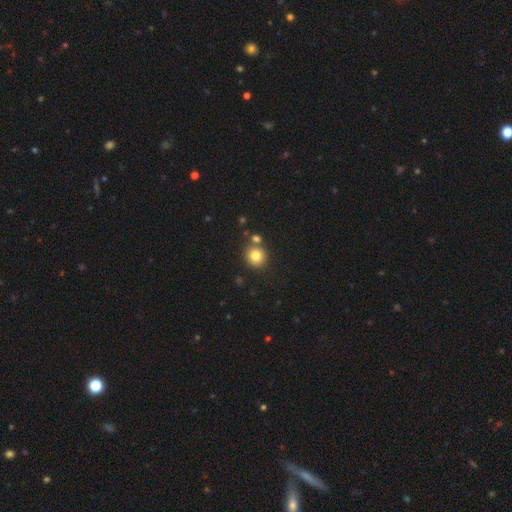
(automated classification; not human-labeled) Smooth or featured?
  - smooth: 81% *
  - star or artifact: 11%
  - featured or disk: 8%
How rounded?
  - round: 88% *
  - in between: 11%
  - cigar-shaped: 1%
Merging?
  - none: 75% *
  - merger: 14%
  - minor disturbance: 8%
  - major disturbance: 2%